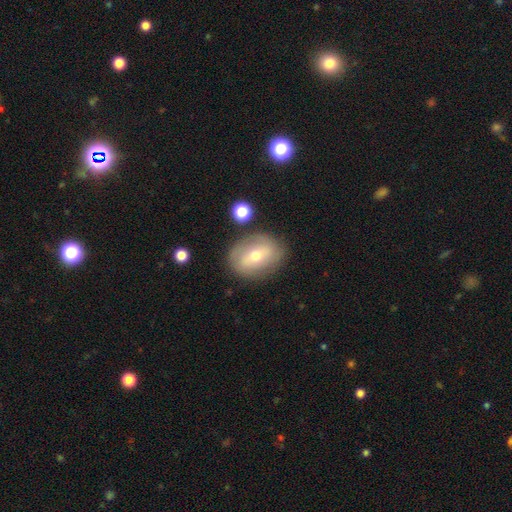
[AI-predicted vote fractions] Morphology: type=featured or disk (49%); merging=none (78%).